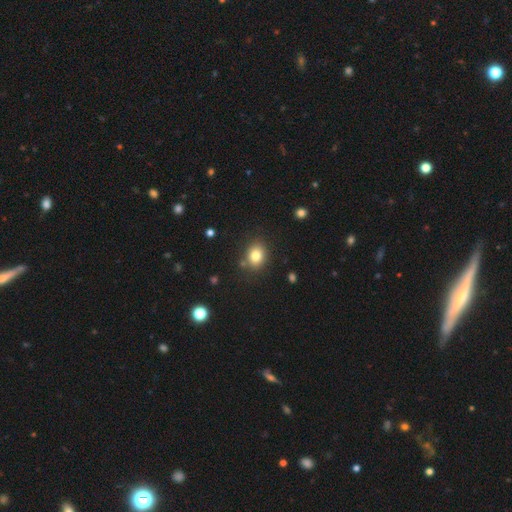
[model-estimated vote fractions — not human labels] Smooth or featured?
  - smooth: 80% *
  - star or artifact: 11%
  - featured or disk: 8%
How rounded?
  - round: 57% *
  - in between: 42%
  - cigar-shaped: 1%
Merging?
  - none: 82% *
  - minor disturbance: 11%
  - merger: 5%
  - major disturbance: 3%